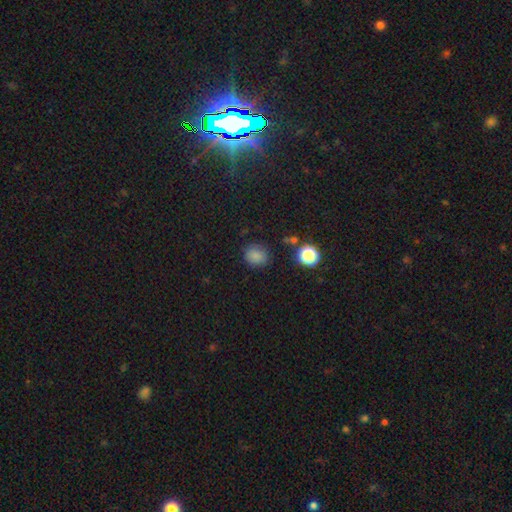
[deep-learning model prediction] Q: Smooth or featured?
A: smooth (80%); runner-up: star or artifact (15%)
Q: How rounded?
A: round (71%); runner-up: in between (28%)
Q: Merging?
A: none (79%); runner-up: minor disturbance (14%)